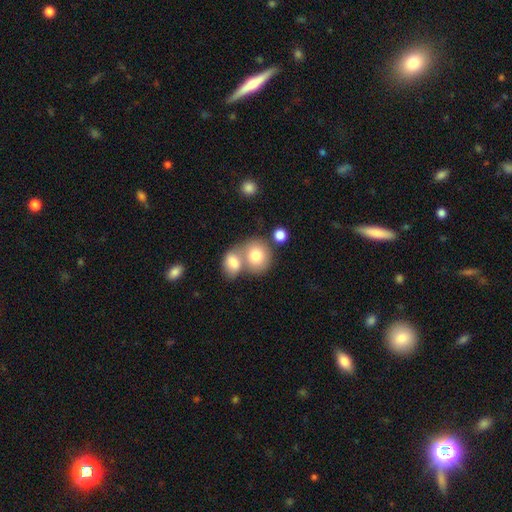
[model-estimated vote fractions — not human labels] Morphology: type=smooth (79%); roundness=round (68%); merging=merger (53%).